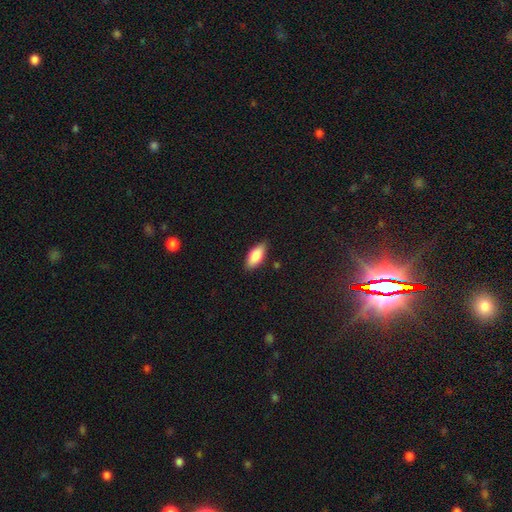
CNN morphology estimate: Smooth or featured? Predicted: smooth (p=0.83). How rounded? Predicted: in between (p=0.84). Merging? Predicted: none (p=0.84).